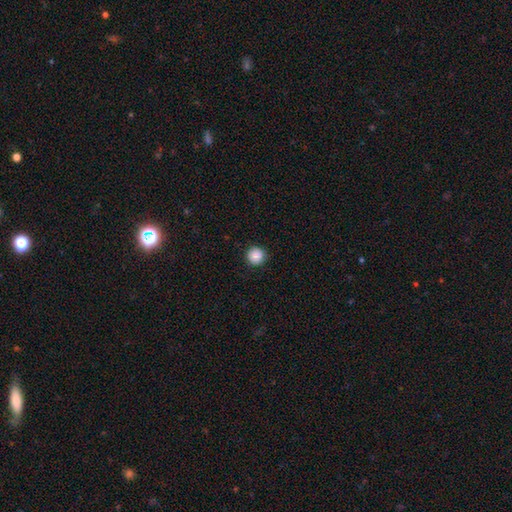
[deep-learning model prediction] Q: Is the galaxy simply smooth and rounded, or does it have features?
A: smooth — 88%.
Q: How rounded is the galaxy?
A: round — 96%.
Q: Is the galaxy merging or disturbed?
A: none — 92%.